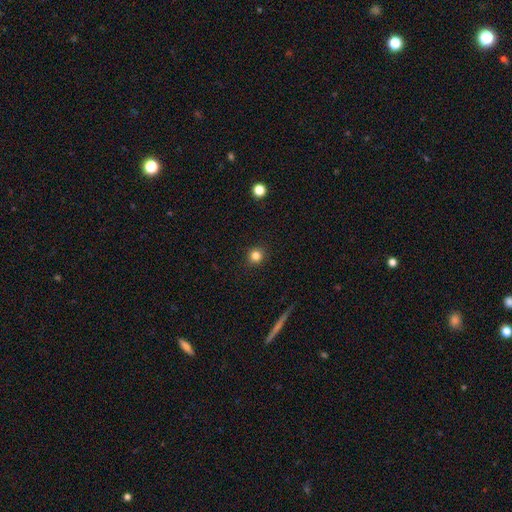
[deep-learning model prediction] smooth_or_featured: smooth (p=0.82) [alt: star or artifact p=0.12]
how_rounded: round (p=0.93) [alt: in between p=0.06]
merging: none (p=0.92) [alt: minor disturbance p=0.05]